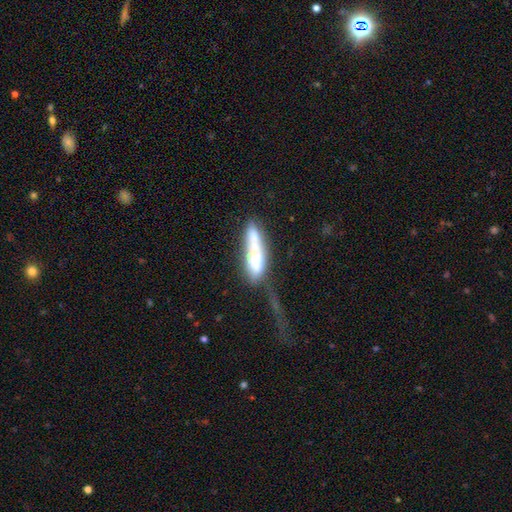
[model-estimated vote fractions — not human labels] Smooth or featured? Predicted: smooth (p=0.57). How rounded? Predicted: cigar-shaped (p=0.76). Merging? Predicted: major disturbance (p=0.33).